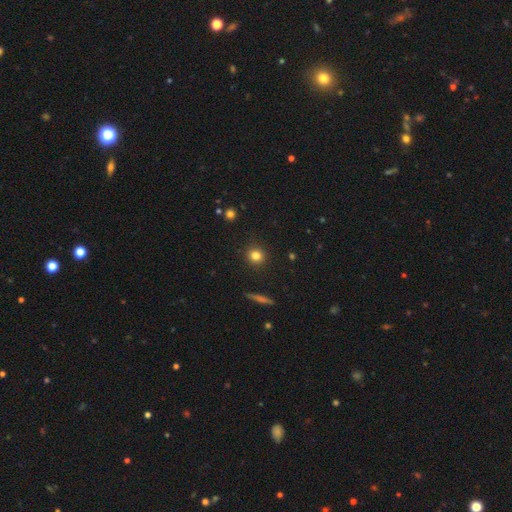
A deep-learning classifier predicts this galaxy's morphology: Smooth or featured?
  - smooth: 81% *
  - star or artifact: 12%
  - featured or disk: 7%
How rounded?
  - round: 88% *
  - in between: 10%
  - cigar-shaped: 2%
Merging?
  - none: 90% *
  - minor disturbance: 7%
  - major disturbance: 2%
  - merger: 1%